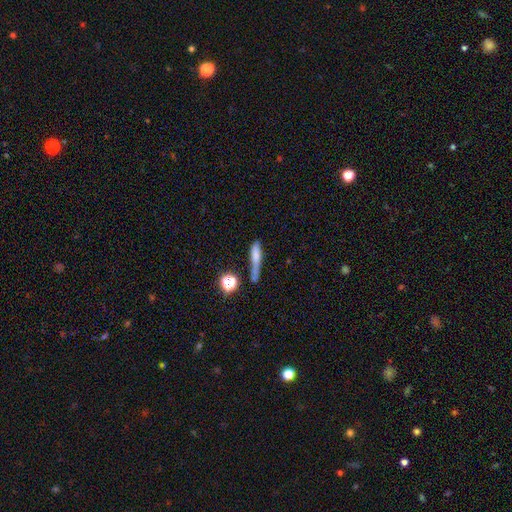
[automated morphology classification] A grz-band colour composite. It shows a smooth galaxy with no disk features (67%) that is cigar-shaped (75%). Merging: none (48%).